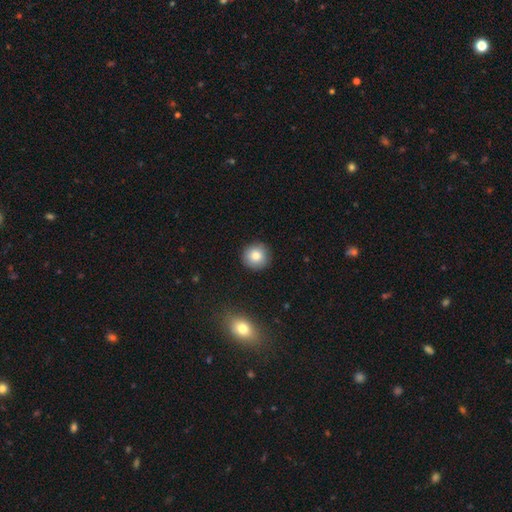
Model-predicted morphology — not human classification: Q: Smooth or featured?
A: smooth (83%); runner-up: star or artifact (9%)
Q: How rounded?
A: round (94%); runner-up: in between (5%)
Q: Merging?
A: none (90%); runner-up: minor disturbance (7%)